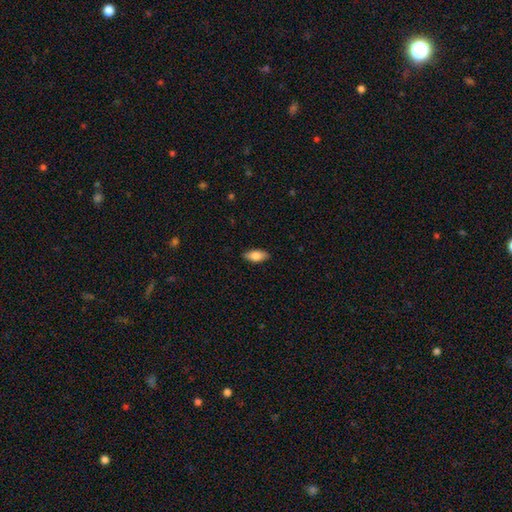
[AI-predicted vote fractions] This appears to be a smooth galaxy with no disk features (77%) that is in between round and cigar-shaped (85%). Merging: none (88%).